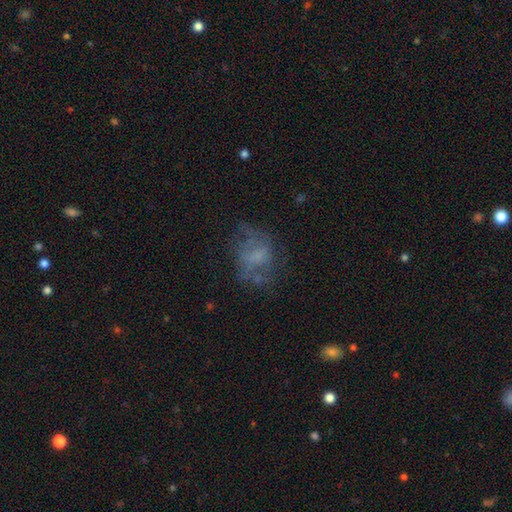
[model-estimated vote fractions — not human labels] Q: Smooth or featured?
A: featured or disk (49%); runner-up: smooth (37%)
Q: Merging?
A: none (48%); runner-up: major disturbance (26%)